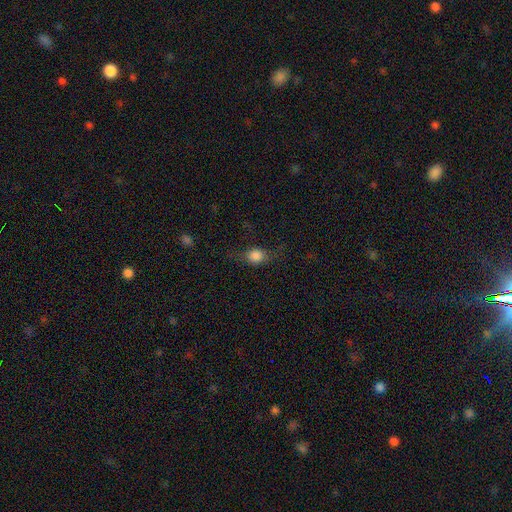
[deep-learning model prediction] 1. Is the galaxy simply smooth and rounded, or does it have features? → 76% smooth, 13% featured or disk, 11% star or artifact.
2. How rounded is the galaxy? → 52% round, 44% in between, 4% cigar-shaped.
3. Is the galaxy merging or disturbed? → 68% none, 21% minor disturbance, 10% major disturbance, 1% merger.